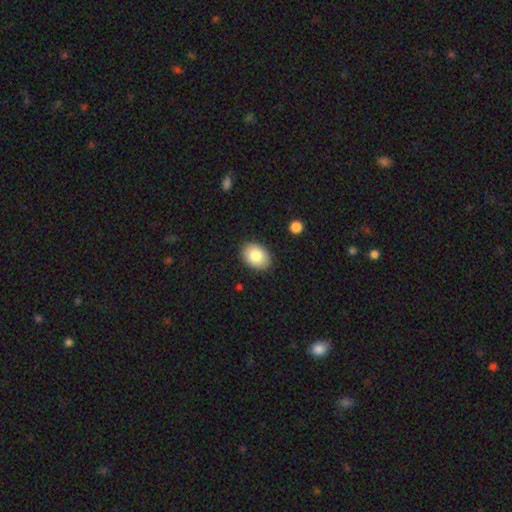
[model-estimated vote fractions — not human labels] Smooth or featured: smooth — 85% (featured or disk — 8%)
How rounded: in between — 74% (round — 25%)
Merging: none — 88% (minor disturbance — 9%)